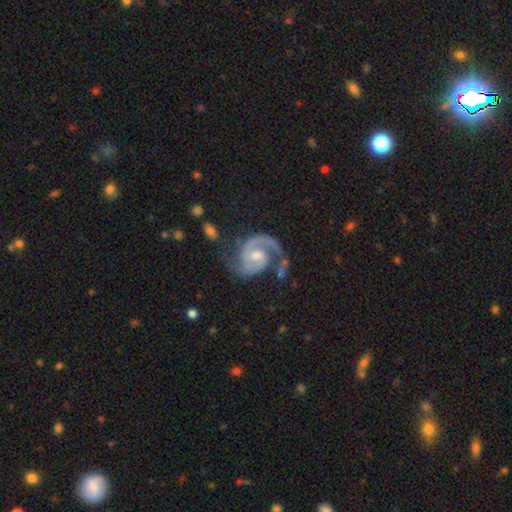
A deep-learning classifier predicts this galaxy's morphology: smooth-or-featured: featured or disk: 92% | star or artifact: 5% | smooth: 4%
  disk-edge-on: no: 98% | yes: 2%
    bar: no: 48% | weak: 41% | strong: 11%
    has-spiral-arms: yes: 98% | no: 2%
      spiral-winding: medium: 55% | tight: 32% | loose: 12%
      spiral-arm-count: 2: 90% | 1: 4% | can't tell: 2% | 3: 2% | 4: 1% | more than 4: 1%
    bulge-size: moderate: 58% | small: 35% | large: 3% | none: 3% | dominant: 1%
  merging: none: 66% | minor disturbance: 20% | major disturbance: 10% | merger: 4%